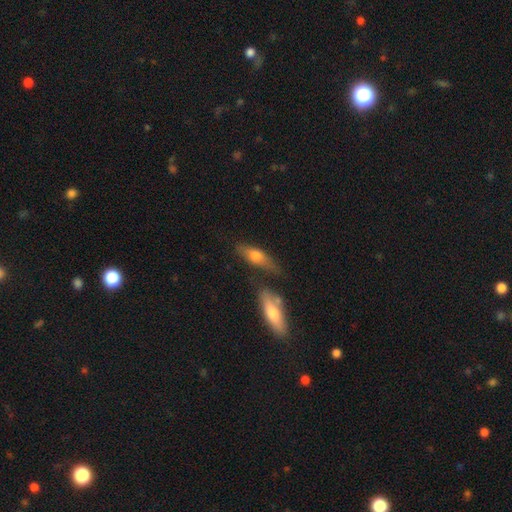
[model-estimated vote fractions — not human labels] smooth_or_featured: smooth (p=0.63) [alt: featured or disk p=0.30]
how_rounded: in between (p=0.55) [alt: cigar-shaped p=0.42]
merging: none (p=0.61) [alt: minor disturbance p=0.19]